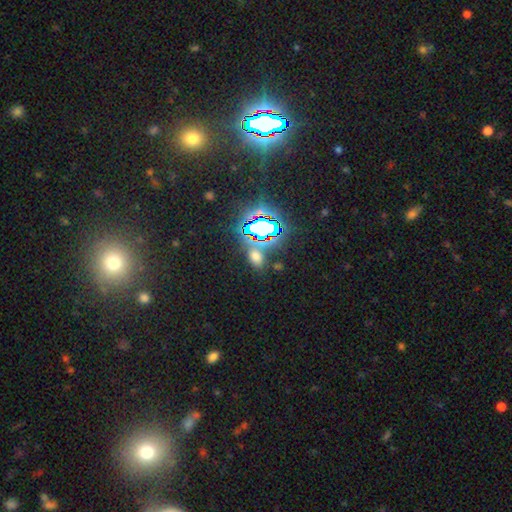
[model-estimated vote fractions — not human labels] This appears to be a smooth galaxy with no disk features (46%, tied with star or artifact). Merging: none (72%).